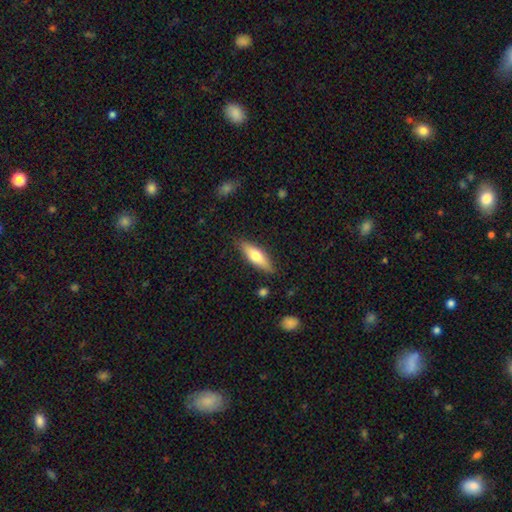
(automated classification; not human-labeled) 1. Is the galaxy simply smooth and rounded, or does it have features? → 63% smooth, 31% featured or disk, 6% star or artifact.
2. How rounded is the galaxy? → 52% cigar-shaped, 46% in between, 2% round.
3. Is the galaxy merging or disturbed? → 85% none, 11% minor disturbance, 2% major disturbance, 2% merger.